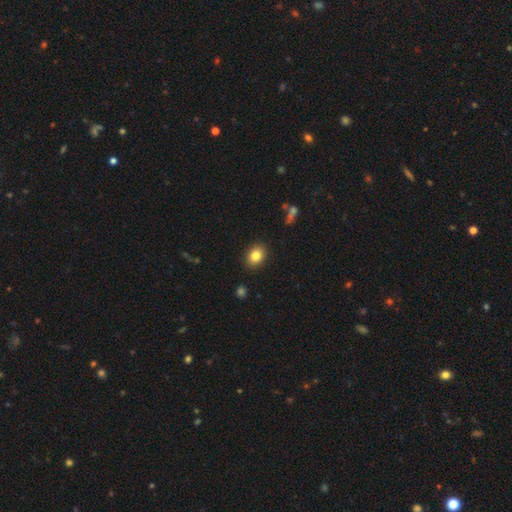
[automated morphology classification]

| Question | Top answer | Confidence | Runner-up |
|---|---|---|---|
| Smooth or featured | smooth | 83% | star or artifact (9%) |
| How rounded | in between | 62% | round (37%) |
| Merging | none | 89% | minor disturbance (8%) |